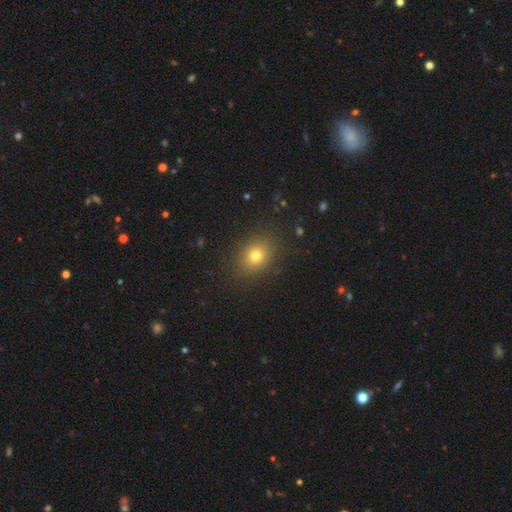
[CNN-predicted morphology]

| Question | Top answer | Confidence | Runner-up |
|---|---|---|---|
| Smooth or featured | smooth | 76% | star or artifact (14%) |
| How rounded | in between | 57% | round (42%) |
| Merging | none | 87% | minor disturbance (9%) |